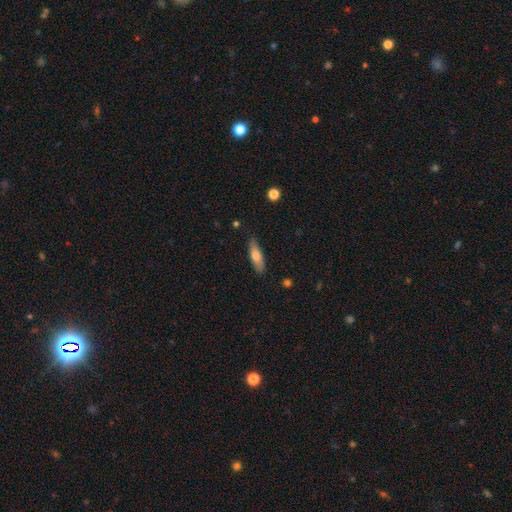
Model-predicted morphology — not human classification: The model was most divided on "how rounded": cigar-shaped: 57%, in between: 41%, round: 2%. More confident: merging — none (83%); smooth or featured — smooth (71%).